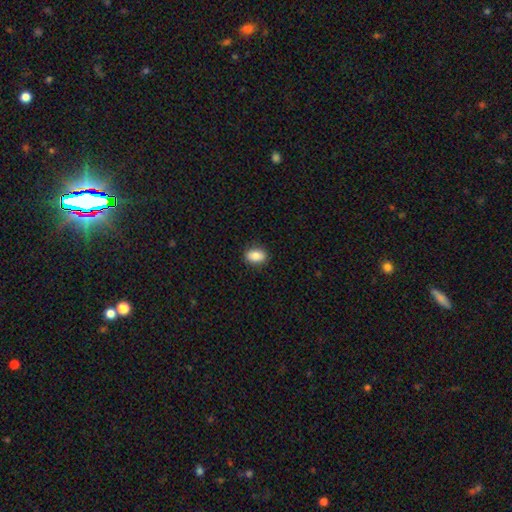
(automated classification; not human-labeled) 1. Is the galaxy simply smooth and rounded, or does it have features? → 84% smooth, 8% featured or disk, 8% star or artifact.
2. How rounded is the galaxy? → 83% in between, 15% round, 2% cigar-shaped.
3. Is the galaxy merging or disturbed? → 88% none, 9% minor disturbance, 2% major disturbance, 1% merger.